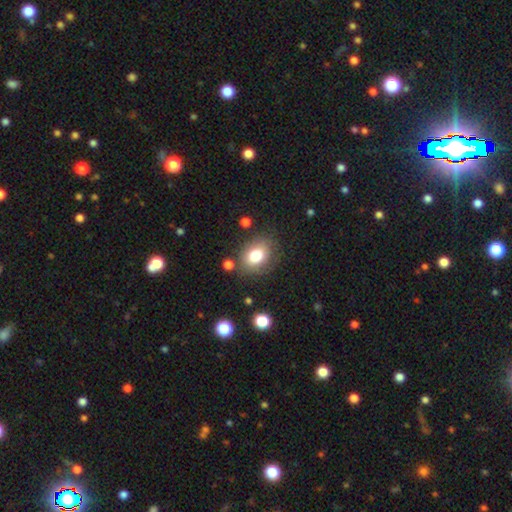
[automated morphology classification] This appears to be a smooth galaxy with no disk features (77%) that is in between round and cigar-shaped (55%). Merging: none (76%).